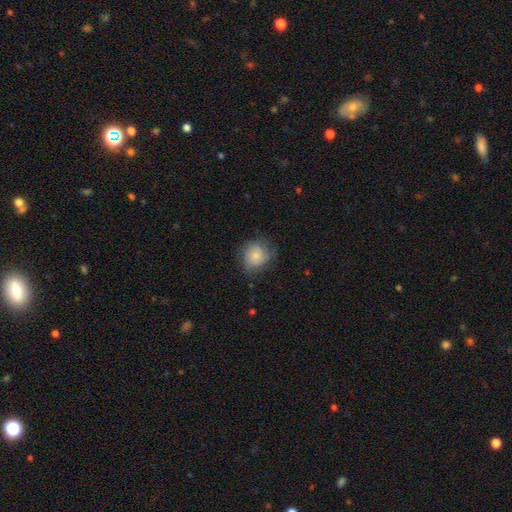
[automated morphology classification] A smooth galaxy with no disk features (77%) that is round (78%). Merging: none (67%).